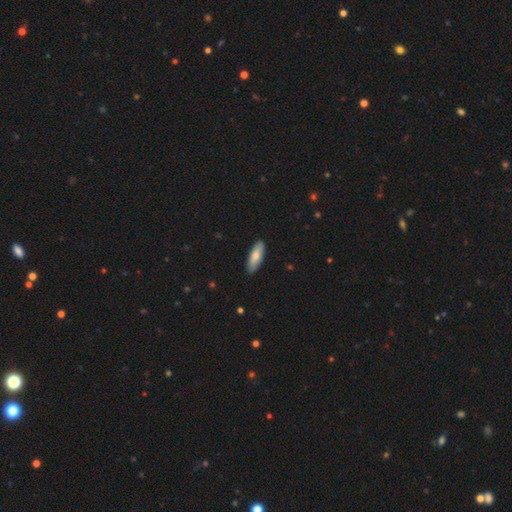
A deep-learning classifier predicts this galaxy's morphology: A smooth galaxy with no disk features (77%) that is in between round and cigar-shaped (65%).

Vote fractions:
- Smooth or featured? smooth: 77% / featured or disk: 18% / star or artifact: 5%
- How rounded? in between: 65% / cigar-shaped: 34% / round: 2%
- Merging? none: 87% / minor disturbance: 10% / major disturbance: 2% / merger: 1%